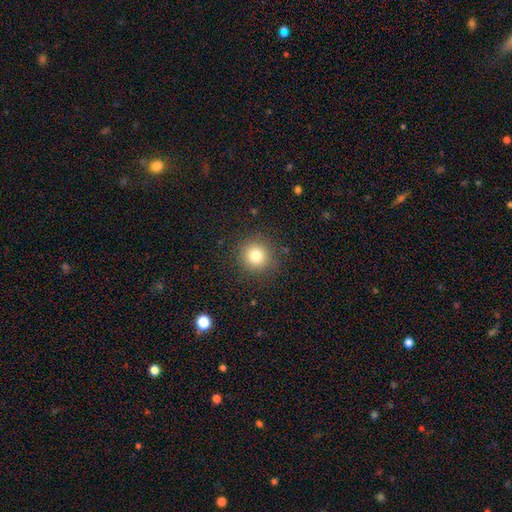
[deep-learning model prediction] Smooth or featured: smooth — 80% (star or artifact — 13%)
How rounded: round — 94% (in between — 5%)
Merging: none — 89% (minor disturbance — 7%)